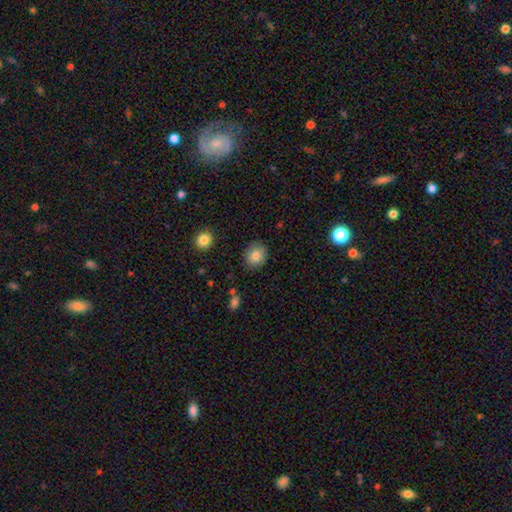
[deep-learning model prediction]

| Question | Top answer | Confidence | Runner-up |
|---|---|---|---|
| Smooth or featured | smooth | 84% | star or artifact (9%) |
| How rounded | round | 74% | in between (25%) |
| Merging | none | 87% | minor disturbance (9%) |